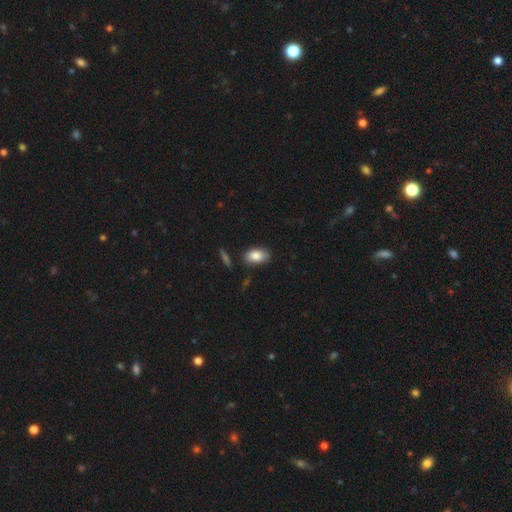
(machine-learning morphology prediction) This appears to be a smooth galaxy with no disk features (85%) that is in between round and cigar-shaped (91%). Merging: none (80%).